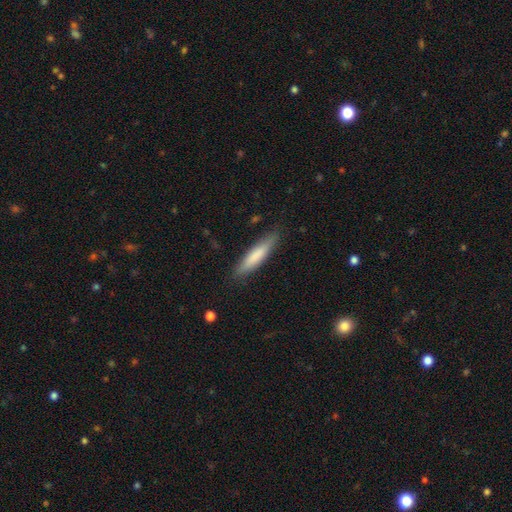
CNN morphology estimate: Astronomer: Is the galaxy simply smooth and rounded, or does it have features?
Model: smooth — 77%.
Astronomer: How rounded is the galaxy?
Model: cigar-shaped — 83%.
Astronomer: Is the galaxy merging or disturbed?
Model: none — 86%.